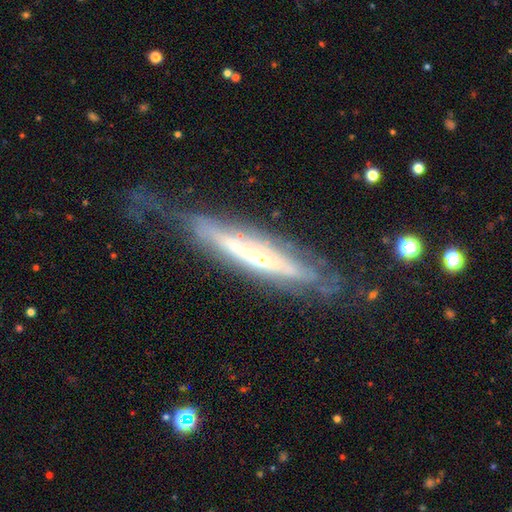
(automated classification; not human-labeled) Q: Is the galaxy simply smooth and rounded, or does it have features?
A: featured or disk — 76%.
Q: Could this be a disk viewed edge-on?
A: yes — 59%.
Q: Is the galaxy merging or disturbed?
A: none — 54%.